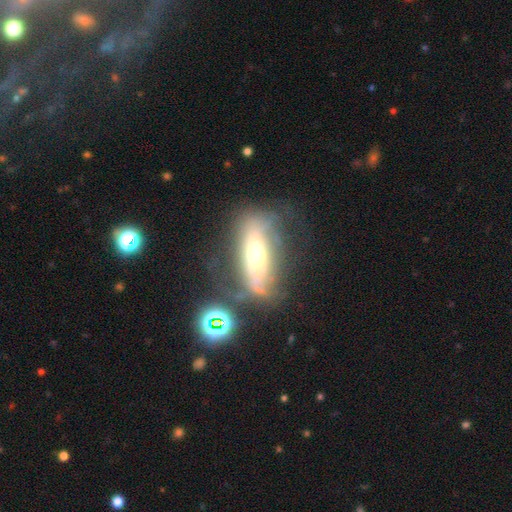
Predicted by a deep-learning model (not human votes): Smooth or featured: featured or disk — 54% (smooth — 35%)
Edge-on disk: no — 61% (yes — 39%)
Merging: none — 44% (minor disturbance — 25%)